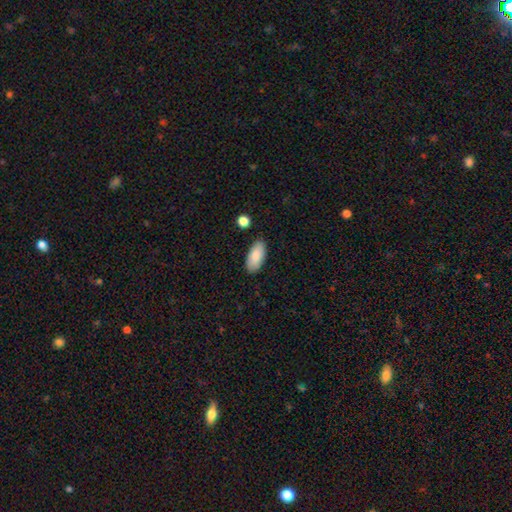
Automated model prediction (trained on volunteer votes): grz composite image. It shows a smooth galaxy with no disk features (87%) that is in between round and cigar-shaped (91%). Merging: none (84%).